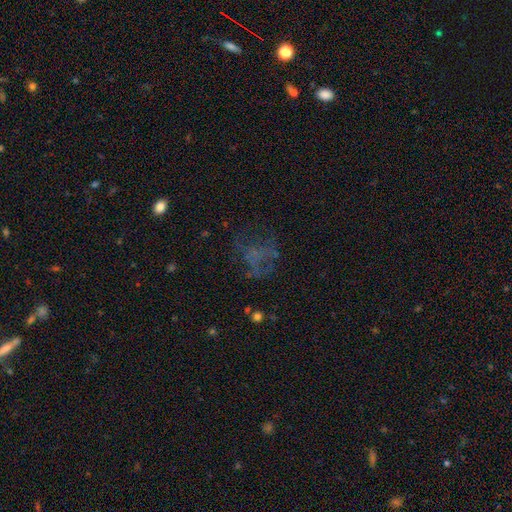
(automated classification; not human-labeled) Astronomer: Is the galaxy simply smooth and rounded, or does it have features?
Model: featured or disk — 40% (runner-up: smooth, 30%).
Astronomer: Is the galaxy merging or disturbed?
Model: none — 52% (runner-up: major disturbance, 30%).